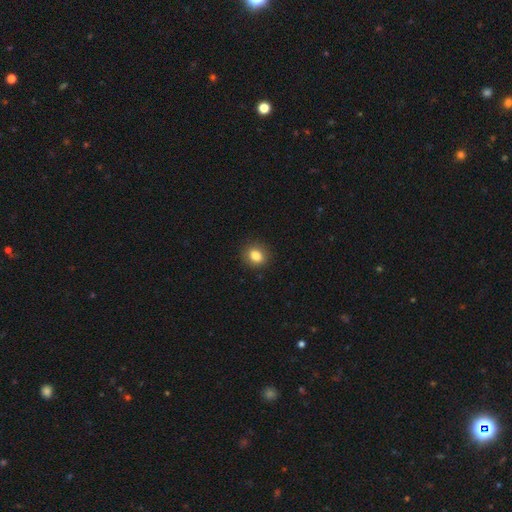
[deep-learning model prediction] Smooth or featured? Predicted: smooth (p=0.85). How rounded? Predicted: round (p=0.63). Merging? Predicted: none (p=0.89).